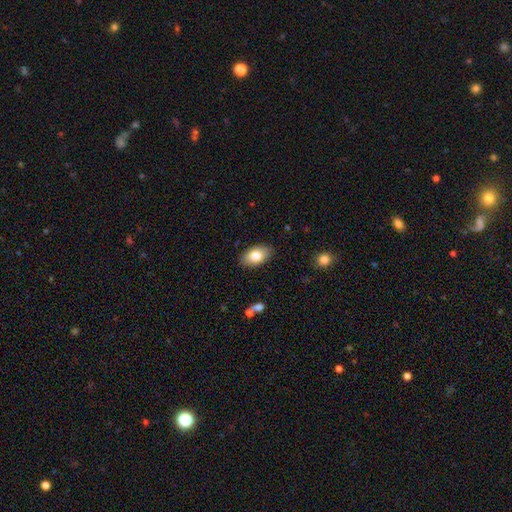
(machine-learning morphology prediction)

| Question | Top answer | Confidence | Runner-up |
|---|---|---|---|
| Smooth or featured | smooth | 80% | featured or disk (13%) |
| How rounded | in between | 93% | round (5%) |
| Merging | none | 87% | minor disturbance (10%) |